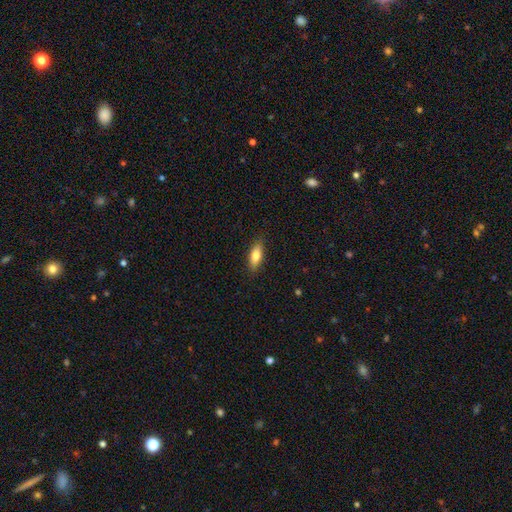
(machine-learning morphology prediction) Overall: smooth (76%). How rounded: in between (71%). Merging: none (86%).